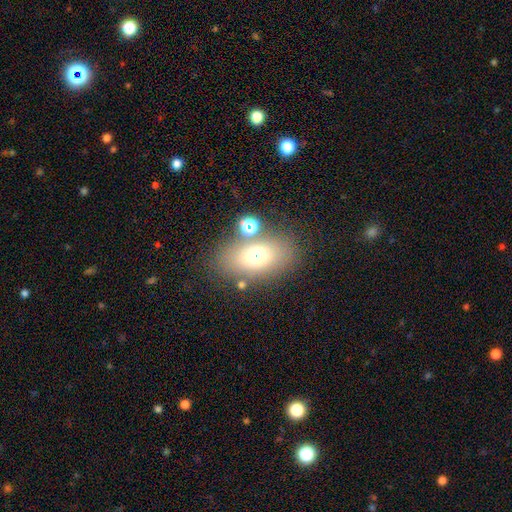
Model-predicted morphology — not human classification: type=smooth (66%); roundness=in between (82%); merging=none (70%).